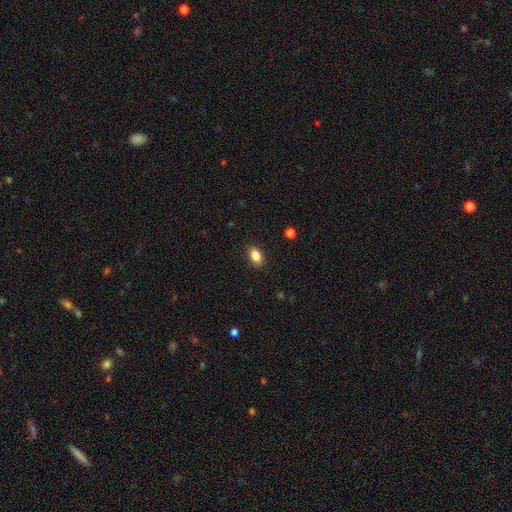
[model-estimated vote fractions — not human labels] Smooth or featured? Predicted: smooth (p=0.87). How rounded? Predicted: in between (p=0.88). Merging? Predicted: none (p=0.88).